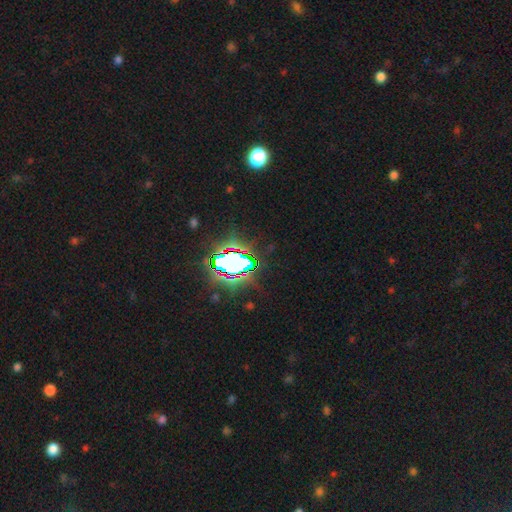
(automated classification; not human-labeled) Smooth or featured: star or artifact — 81% (smooth — 11%)